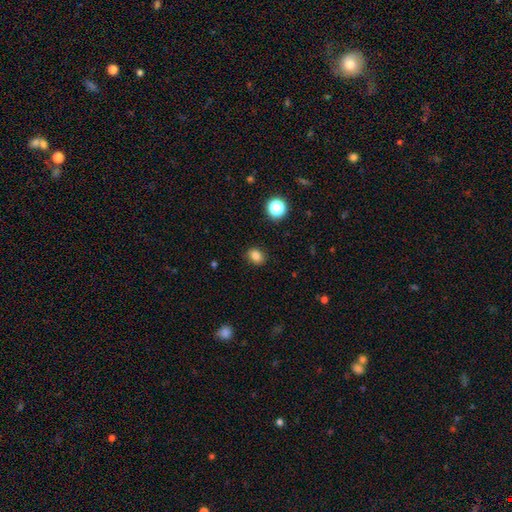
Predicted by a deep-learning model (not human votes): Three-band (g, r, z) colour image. It shows a smooth galaxy with no disk features (82%) that is round (51%). Merging: none (88%).